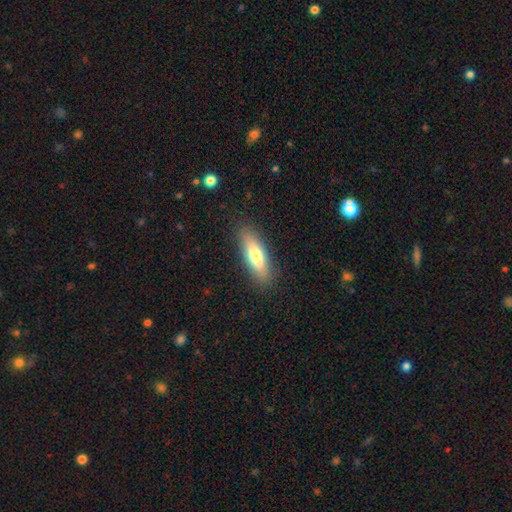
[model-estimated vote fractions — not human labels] Smooth or featured?
  - smooth: 73% *
  - featured or disk: 21%
  - star or artifact: 6%
How rounded?
  - cigar-shaped: 50% *
  - in between: 48%
  - round: 2%
Merging?
  - none: 87% *
  - minor disturbance: 9%
  - major disturbance: 2%
  - merger: 1%